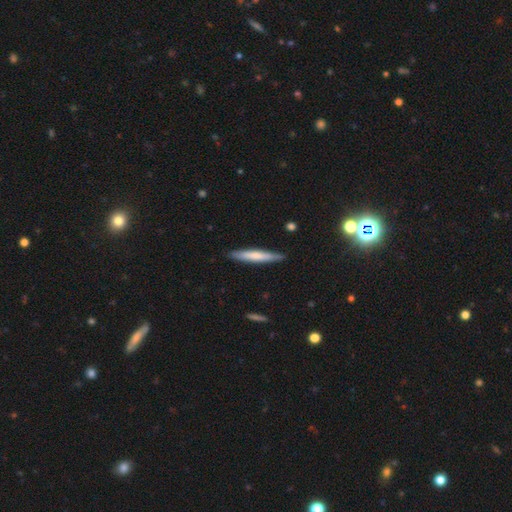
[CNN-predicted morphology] Smooth or featured? smooth (62%)
How rounded? cigar-shaped (94%)
Merging? none (87%)